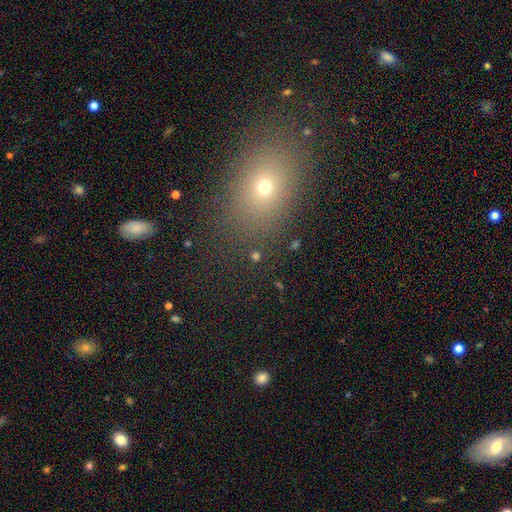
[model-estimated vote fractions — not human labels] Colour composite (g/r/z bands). It shows a smooth galaxy with no disk features (53%) that is round (60%). Merging: none (80%).